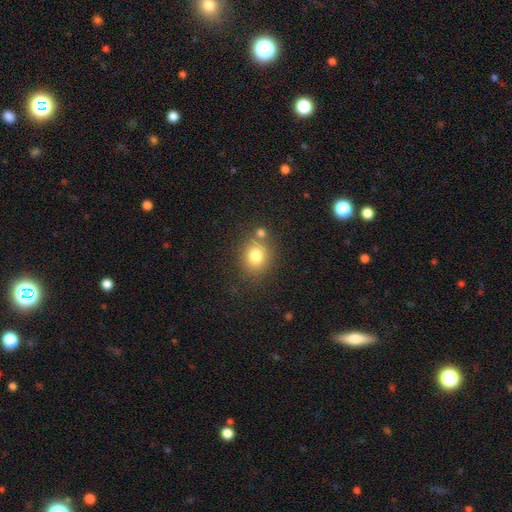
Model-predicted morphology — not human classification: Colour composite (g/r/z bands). It shows a smooth galaxy with no disk features (78%) that is round (69%). Merging: none (68%).